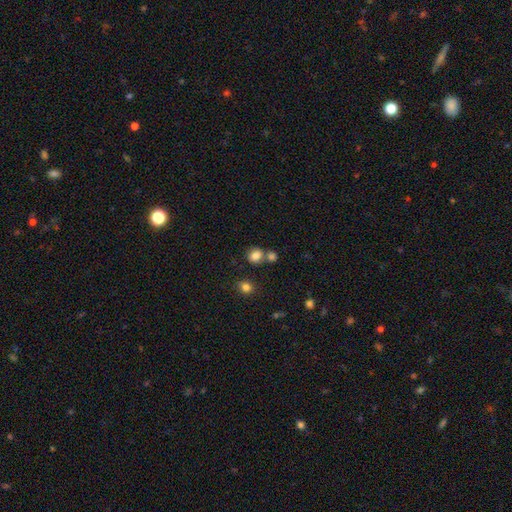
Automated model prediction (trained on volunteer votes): Smooth or featured: smooth — 83% (star or artifact — 11%)
How rounded: round — 66% (in between — 33%)
Merging: none — 58% (merger — 28%)